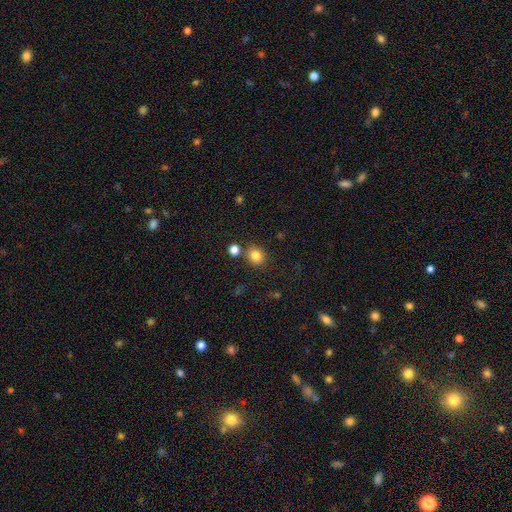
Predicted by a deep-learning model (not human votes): The model was most divided on "how rounded": round: 74%, in between: 25%, cigar-shaped: 1%. More confident: smooth or featured — smooth (82%); merging — none (80%).